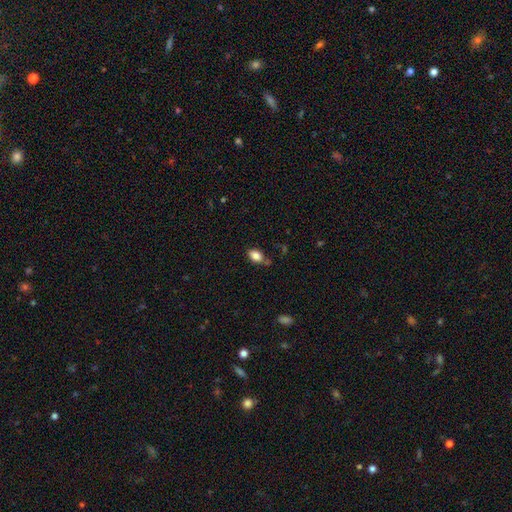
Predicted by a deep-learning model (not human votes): smooth-or-featured: smooth: 85% | star or artifact: 9% | featured or disk: 6%
  how-rounded: in between: 87% | round: 11% | cigar-shaped: 2%
  merging: none: 68% | minor disturbance: 19% | merger: 8% | major disturbance: 5%